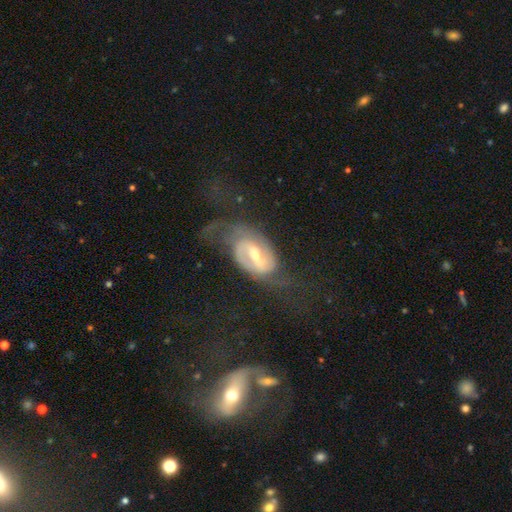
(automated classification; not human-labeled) Smooth or featured?
  - featured or disk: 82% *
  - smooth: 11%
  - star or artifact: 7%
Edge-on disk?
  - no: 95% *
  - yes: 5%
Bar?
  - strong: 47% *
  - weak: 41%
  - no: 12%
Spiral arms?
  - yes: 91% *
  - no: 9%
Spiral winding?
  - medium: 41% *
  - loose: 37%
  - tight: 22%
Spiral arm count?
  - 2: 86% *
  - can't tell: 7%
  - 1: 3%
  - 3: 1%
  - 4: 1%
  - more than 4: 1%
Bulge size?
  - moderate: 50% *
  - small: 45%
  - large: 3%
  - none: 1%
  - dominant: 1%
Merging?
  - none: 50% *
  - major disturbance: 30%
  - minor disturbance: 18%
  - merger: 2%